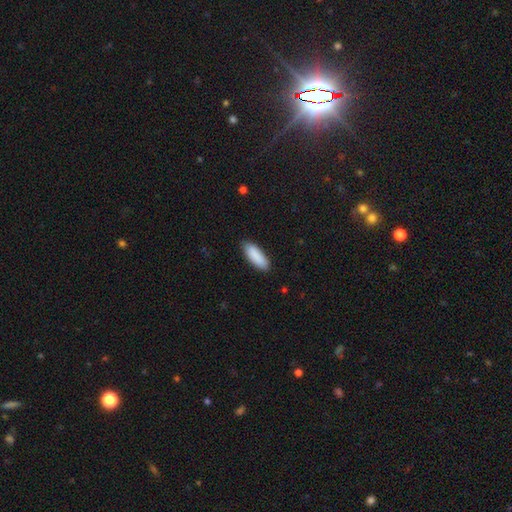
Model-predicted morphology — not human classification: Smooth or featured? smooth (90%)
How rounded? in between (65%)
Merging? none (86%)